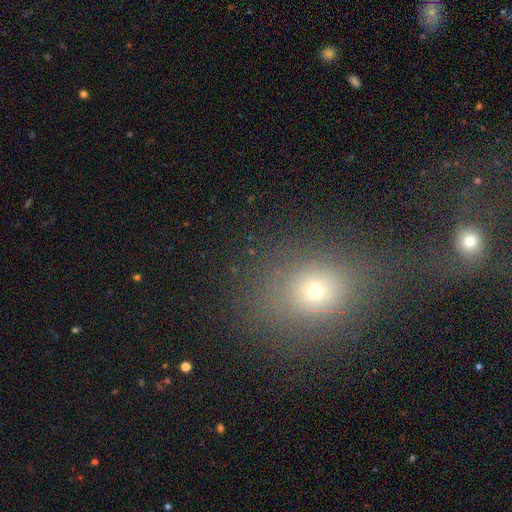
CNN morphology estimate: The model was most divided on "smooth or featured": smooth: 56%, star or artifact: 32%, featured or disk: 13%. More confident: how rounded — round (65%); merging — none (65%).